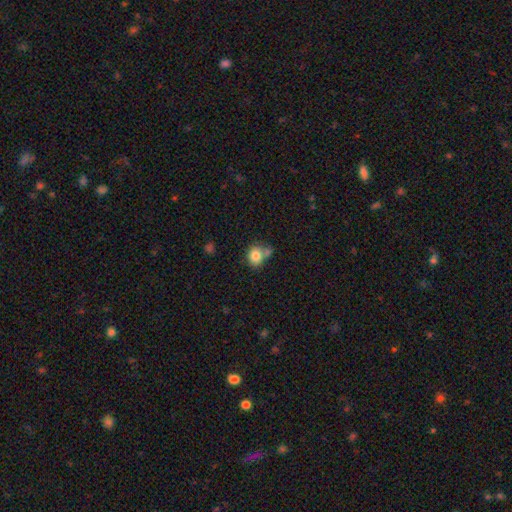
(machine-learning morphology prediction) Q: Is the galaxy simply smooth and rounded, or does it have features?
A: smooth — 82%.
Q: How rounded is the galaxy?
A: round — 68%.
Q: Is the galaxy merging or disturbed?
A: none — 52%.